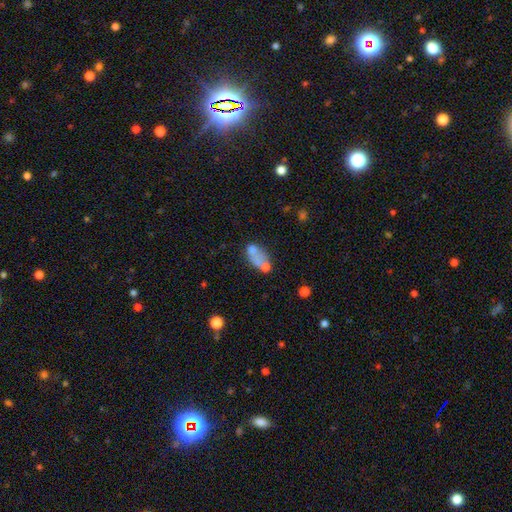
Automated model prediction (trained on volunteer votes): Smooth or featured: smooth — 58% (featured or disk — 28%)
How rounded: in between — 82% (round — 14%)
Merging: none — 36% (merger — 31%)